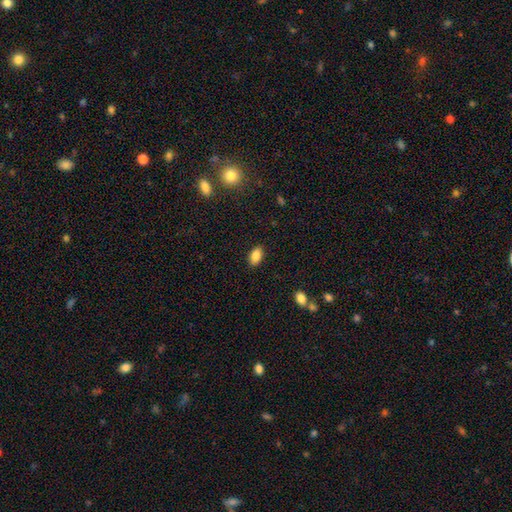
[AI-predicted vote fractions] smooth_or_featured: smooth (p=0.85) [alt: star or artifact p=0.09]
how_rounded: in between (p=0.91) [alt: round p=0.06]
merging: none (p=0.88) [alt: minor disturbance p=0.09]